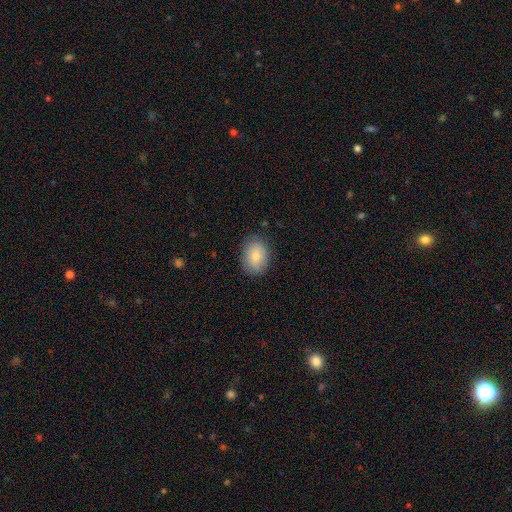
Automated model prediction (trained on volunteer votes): A smooth galaxy with no disk features (78%) that is in between round and cigar-shaped (71%).

Vote fractions:
- Smooth or featured? smooth: 78% / featured or disk: 14% / star or artifact: 7%
- How rounded? in between: 71% / round: 28% / cigar-shaped: 1%
- Merging? none: 83% / minor disturbance: 13% / major disturbance: 3% / merger: 1%